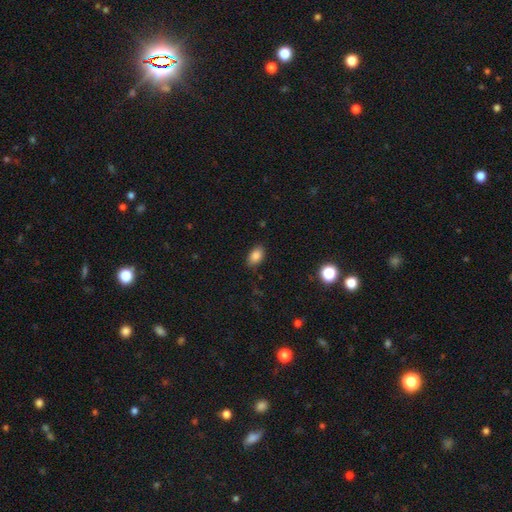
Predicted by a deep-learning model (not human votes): This appears to be a smooth galaxy with no disk features (85%) that is in between round and cigar-shaped (87%). Merging: none (84%).